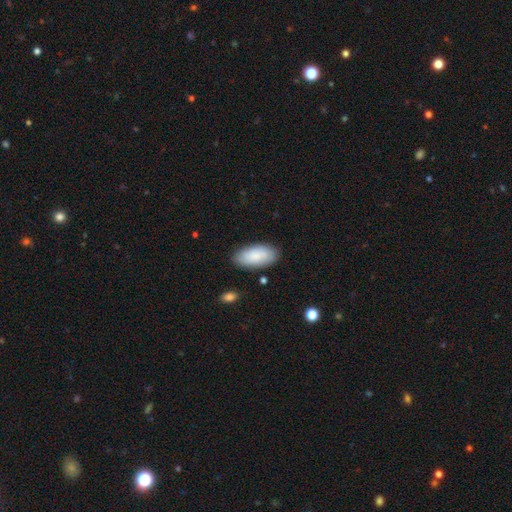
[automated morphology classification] This appears to be a smooth galaxy with no disk features (83%) that is in between round and cigar-shaped (94%). Merging: none (82%).